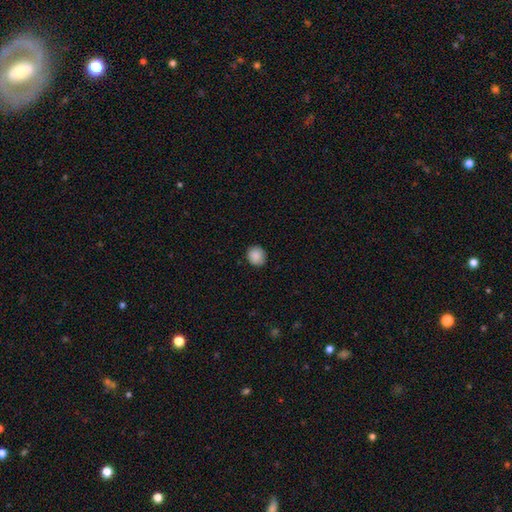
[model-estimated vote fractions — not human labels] Smooth or featured? Predicted: smooth (p=0.89). How rounded? Predicted: round (p=0.85). Merging? Predicted: none (p=0.88).